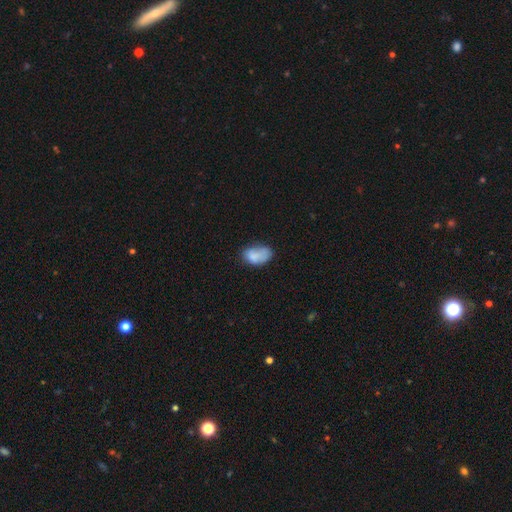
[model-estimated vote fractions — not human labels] Smooth or featured? Predicted: smooth (p=0.76). How rounded? Predicted: in between (p=0.90). Merging? Predicted: none (p=0.43).